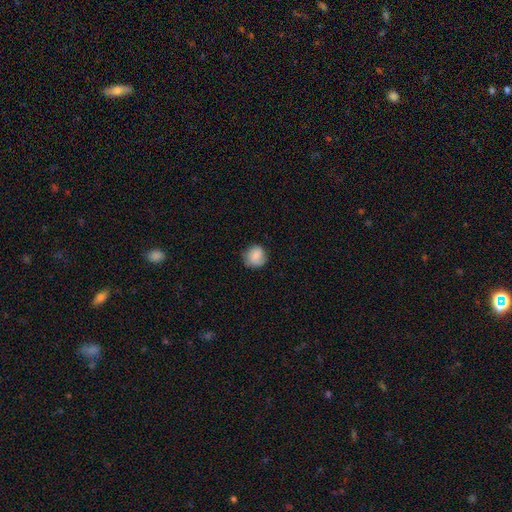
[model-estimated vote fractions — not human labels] Q: Smooth or featured?
A: smooth (82%); runner-up: featured or disk (10%)
Q: How rounded?
A: round (87%); runner-up: in between (12%)
Q: Merging?
A: none (75%); runner-up: minor disturbance (19%)